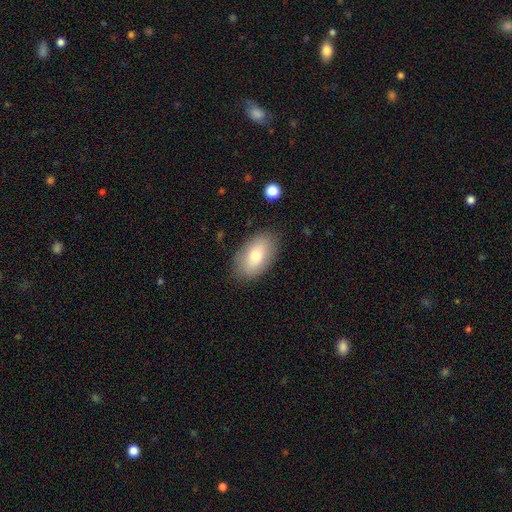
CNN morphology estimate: smooth_or_featured: smooth (p=0.75) [alt: featured or disk p=0.18]
how_rounded: in between (p=0.93) [alt: round p=0.06]
merging: none (p=0.84) [alt: minor disturbance p=0.12]